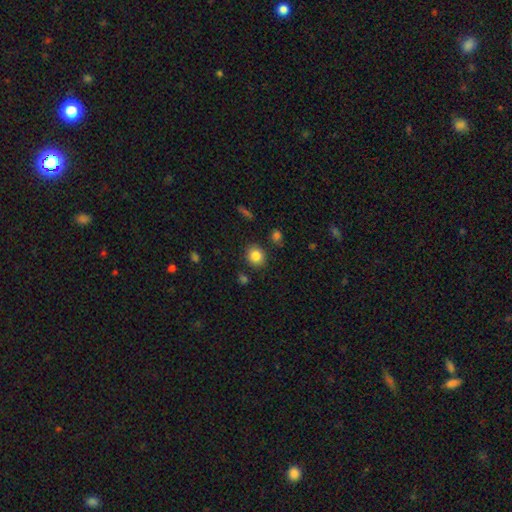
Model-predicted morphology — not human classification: Overall: smooth (84%). How rounded: round (72%). Merging: none (85%).